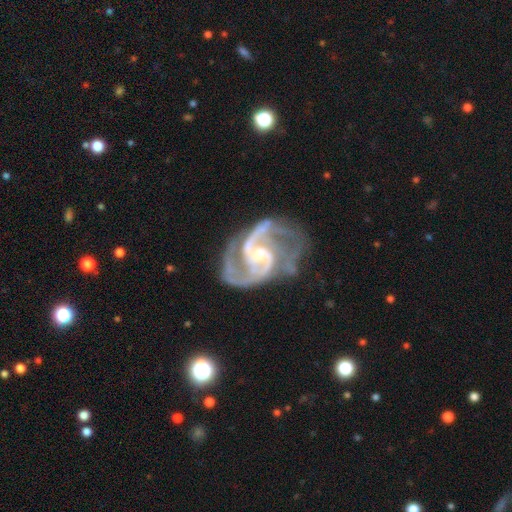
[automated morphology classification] This is clearly a featured or disk galaxy (93%). It is clearly not viewed edge-on (98%). Bar: possibly weak (49%). Spiral arm pattern: clearly yes (99%). Spiral arm count: clearly 2 (80%). Spiral winding: likely medium (62%). Central bulge: possibly small (57%). Merging: likely none (62%).